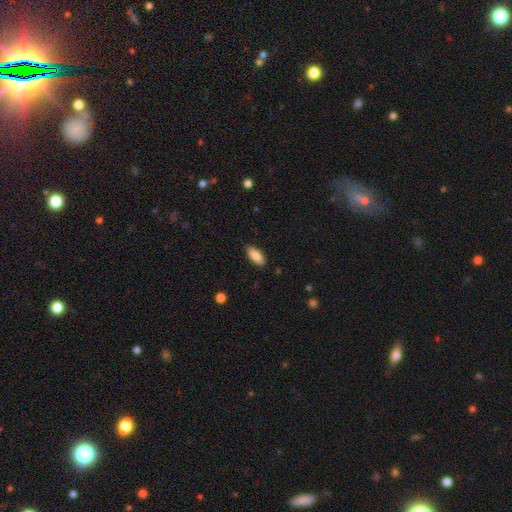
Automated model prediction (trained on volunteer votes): smooth 87%, featured or disk 7%, star or artifact 6%. Down the decision tree: how rounded — in between (82%); merging — none (87%).